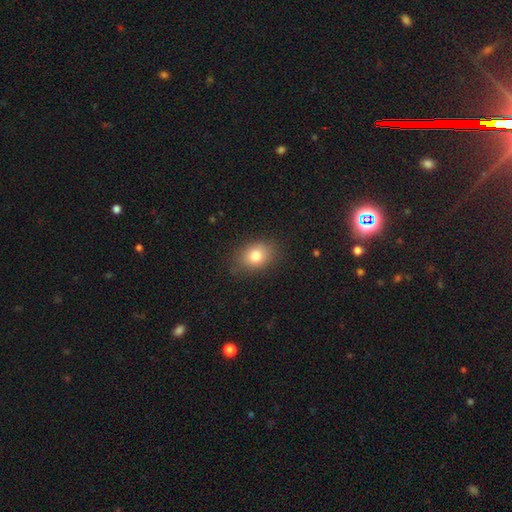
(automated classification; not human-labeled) Smooth or featured? Predicted: smooth (p=0.79). How rounded? Predicted: in between (p=0.63). Merging? Predicted: none (p=0.82).